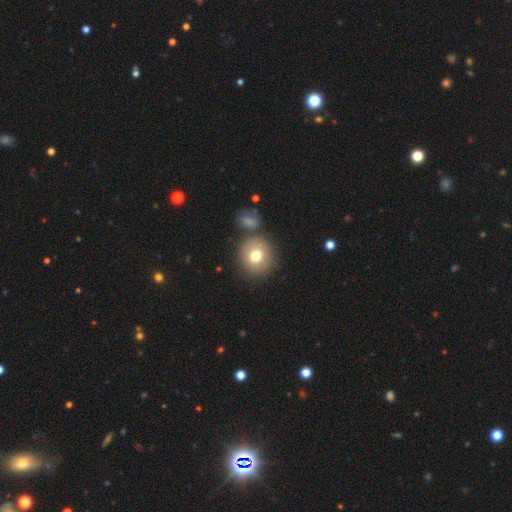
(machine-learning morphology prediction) Overall: smooth (75%). How rounded: round (86%). Merging: none (74%).